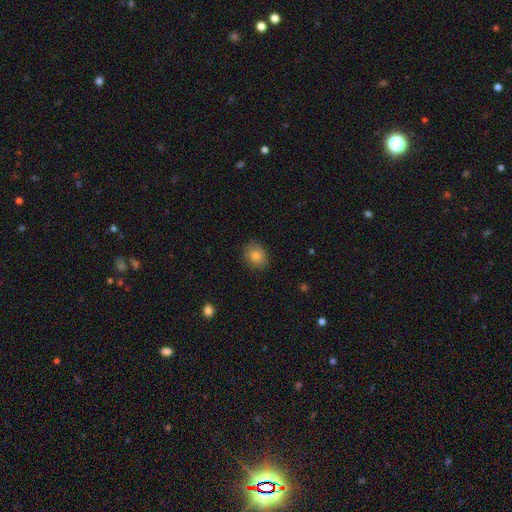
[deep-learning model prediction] Smooth or featured? smooth (80%)
How rounded? round (61%)
Merging? none (82%)